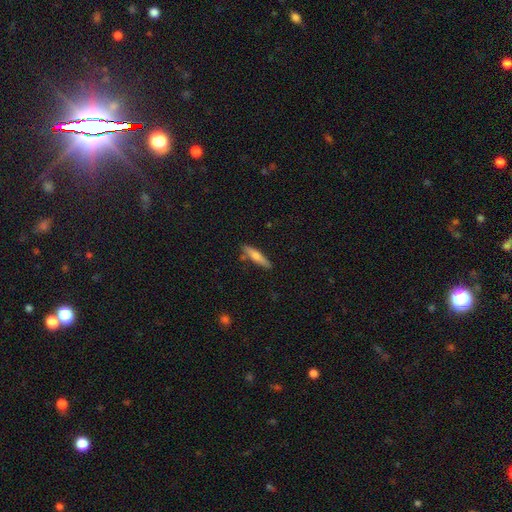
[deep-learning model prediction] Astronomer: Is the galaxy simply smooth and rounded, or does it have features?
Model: smooth — 63%.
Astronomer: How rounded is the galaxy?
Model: cigar-shaped — 83%.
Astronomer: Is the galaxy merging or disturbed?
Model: none — 83%.